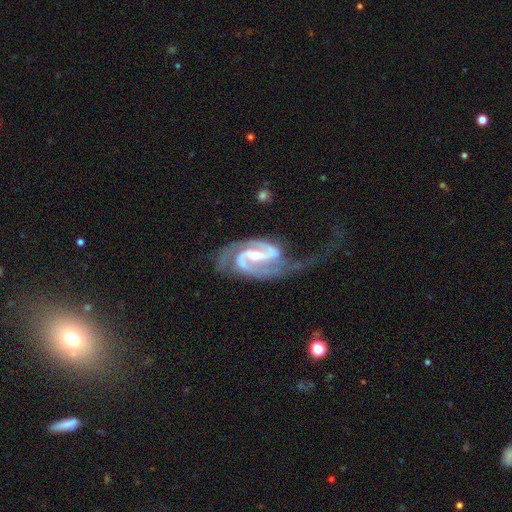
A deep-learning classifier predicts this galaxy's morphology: featured or disk 93%, star or artifact 4%, smooth 3%. Down the decision tree: edge-on disk — no (98%); bar — strong (50%); spiral arms — yes (98%); spiral arm count — 2 (92%); spiral winding — medium (52%); bulge size — small (51%); merging — none (40%).